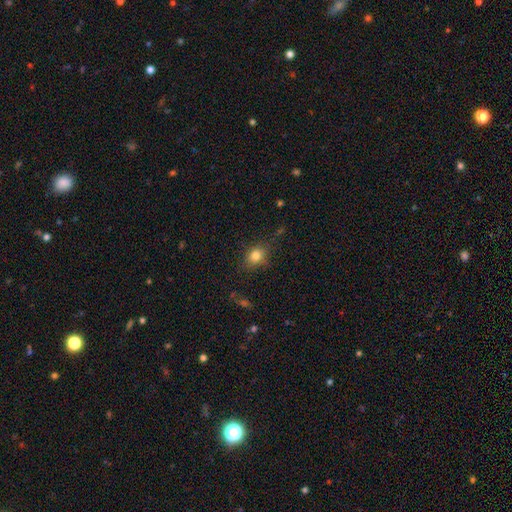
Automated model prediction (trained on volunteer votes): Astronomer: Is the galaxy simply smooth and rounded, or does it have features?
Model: smooth — 81%.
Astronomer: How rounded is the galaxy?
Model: in between — 51% (runner-up: round, 48%).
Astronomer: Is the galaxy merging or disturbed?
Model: none — 79%.